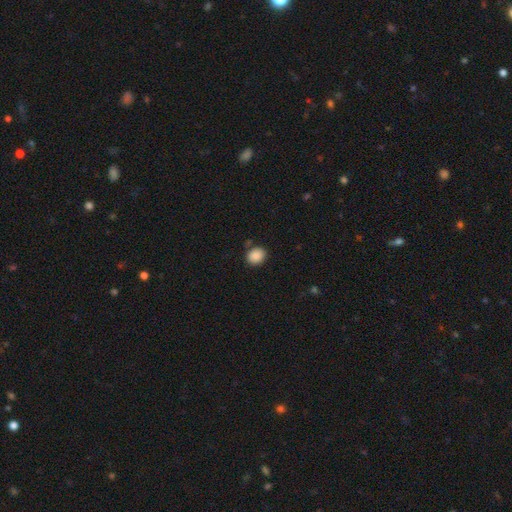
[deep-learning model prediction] A smooth galaxy with no disk features (88%) that is round (65%).

Vote fractions:
- Smooth or featured? smooth: 88% / star or artifact: 9% / featured or disk: 3%
- How rounded? round: 65% / in between: 34% / cigar-shaped: 1%
- Merging? none: 82% / minor disturbance: 11% / merger: 4% / major disturbance: 3%